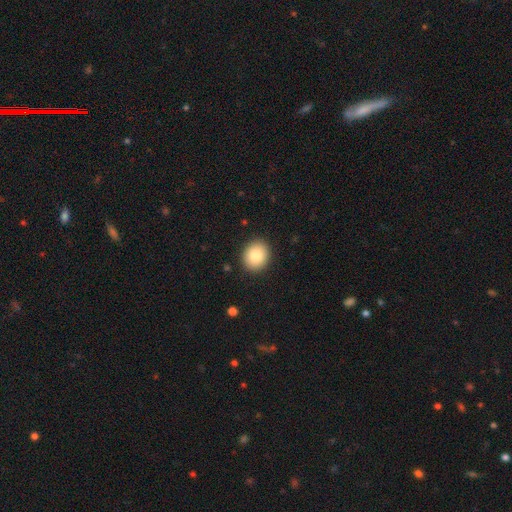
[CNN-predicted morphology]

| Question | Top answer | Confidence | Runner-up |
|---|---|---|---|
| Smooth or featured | smooth | 83% | featured or disk (9%) |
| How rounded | round | 70% | in between (29%) |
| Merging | none | 90% | minor disturbance (7%) |